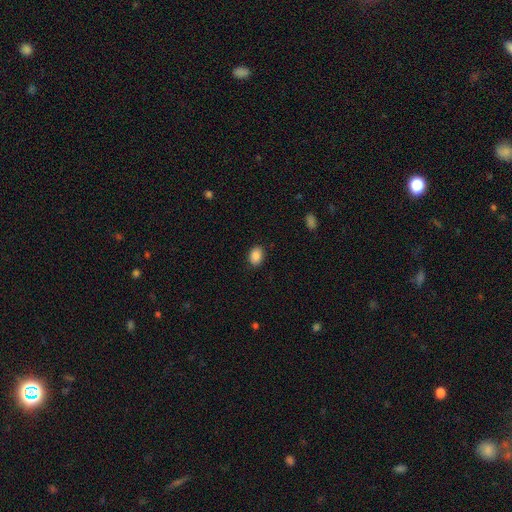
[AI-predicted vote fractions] This appears to be a smooth galaxy with no disk features (87%) that is in between round and cigar-shaped (75%). Merging: none (88%).